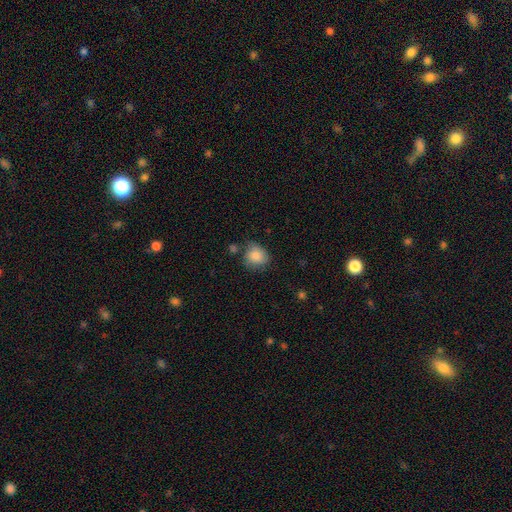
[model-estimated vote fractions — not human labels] Smooth or featured: smooth — 84% (star or artifact — 8%)
How rounded: round — 69% (in between — 30%)
Merging: none — 62% (minor disturbance — 25%)